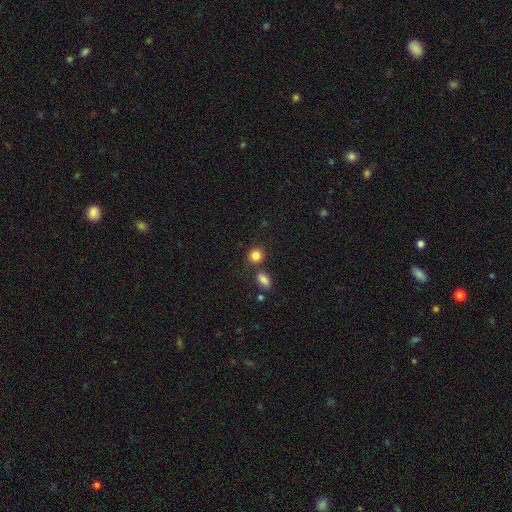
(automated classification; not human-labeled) Smooth or featured?
  - smooth: 85% *
  - star or artifact: 10%
  - featured or disk: 5%
How rounded?
  - round: 79% *
  - in between: 20%
  - cigar-shaped: 1%
Merging?
  - none: 72% *
  - merger: 15%
  - minor disturbance: 10%
  - major disturbance: 3%